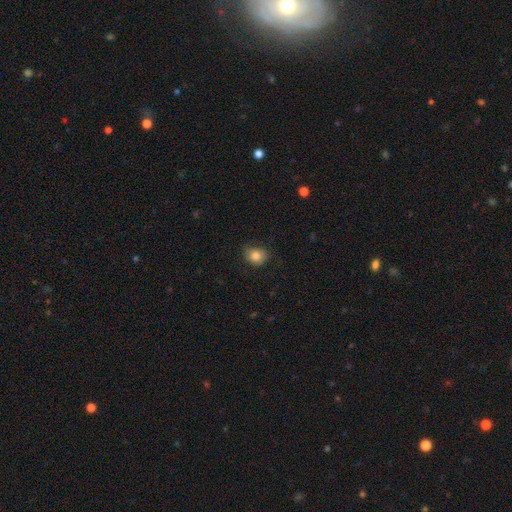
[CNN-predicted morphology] A smooth galaxy with no disk features (84%) that is round (61%). Merging: none (71%).